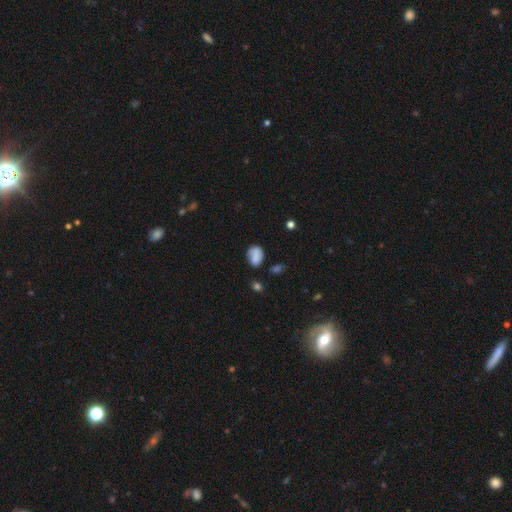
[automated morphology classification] Smooth or featured? Predicted: smooth (p=0.82). How rounded? Predicted: in between (p=0.75). Merging? Predicted: none (p=0.64).